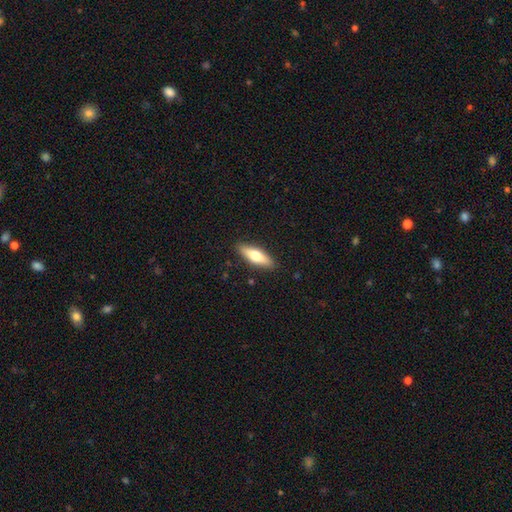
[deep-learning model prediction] A smooth galaxy with no disk features (61%) that is cigar-shaped (50%). Merging: none (89%).